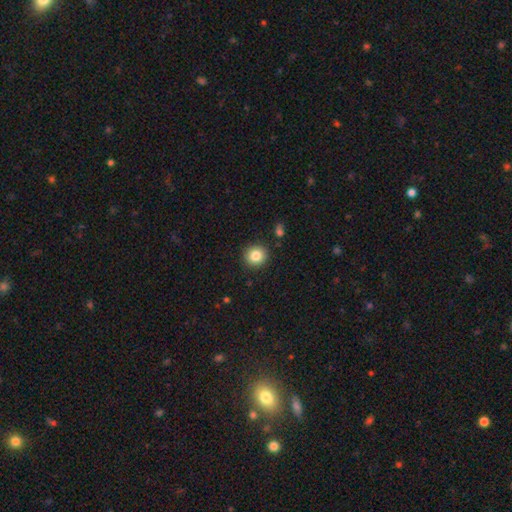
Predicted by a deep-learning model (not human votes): Morphology: type=smooth (84%); roundness=round (91%); merging=none (90%).